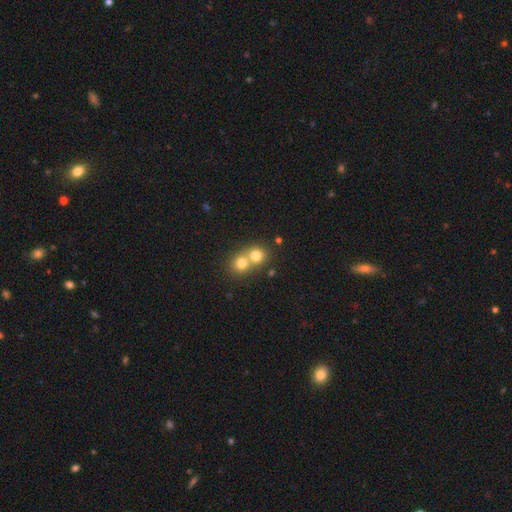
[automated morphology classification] smooth-or-featured: smooth: 76% | featured or disk: 12% | star or artifact: 12%
  how-rounded: round: 81% | in between: 18% | cigar-shaped: 1%
  merging: merger: 61% | none: 33% | minor disturbance: 4% | major disturbance: 2%